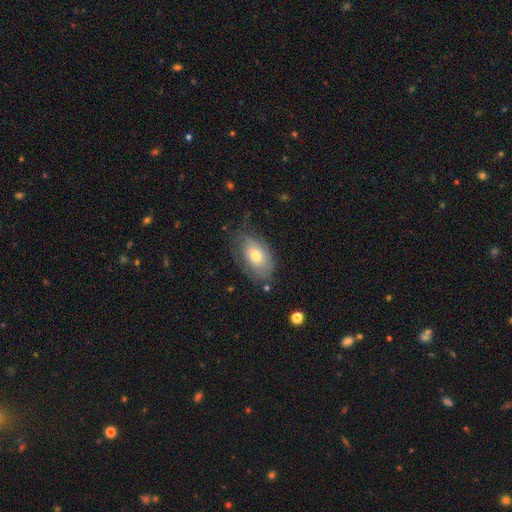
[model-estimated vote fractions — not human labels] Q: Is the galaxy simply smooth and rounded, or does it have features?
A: smooth — 59%.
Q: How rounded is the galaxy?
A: in between — 90%.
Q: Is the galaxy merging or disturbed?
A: none — 59%.